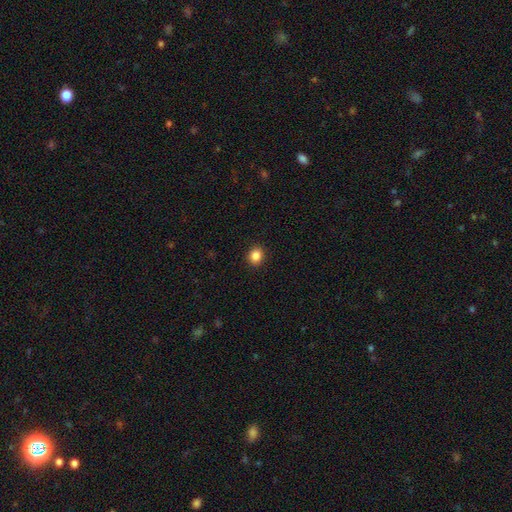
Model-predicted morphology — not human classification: Smooth or featured: smooth — 86% (star or artifact — 10%)
How rounded: round — 69% (in between — 30%)
Merging: none — 91% (minor disturbance — 6%)